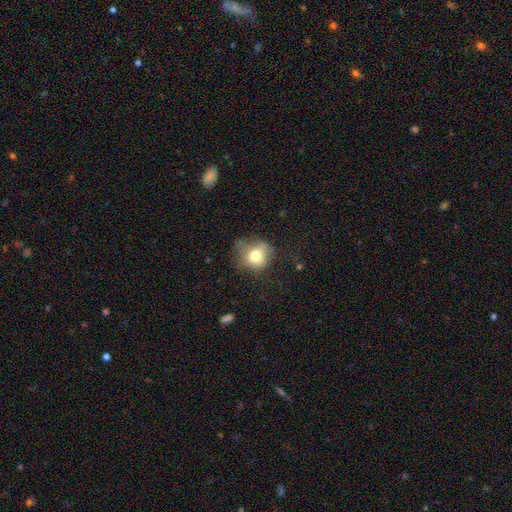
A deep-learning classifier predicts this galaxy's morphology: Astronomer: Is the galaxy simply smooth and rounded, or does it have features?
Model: smooth — 74%.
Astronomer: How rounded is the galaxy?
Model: round — 71%.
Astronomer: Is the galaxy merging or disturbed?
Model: none — 46% (runner-up: minor disturbance, 31%).